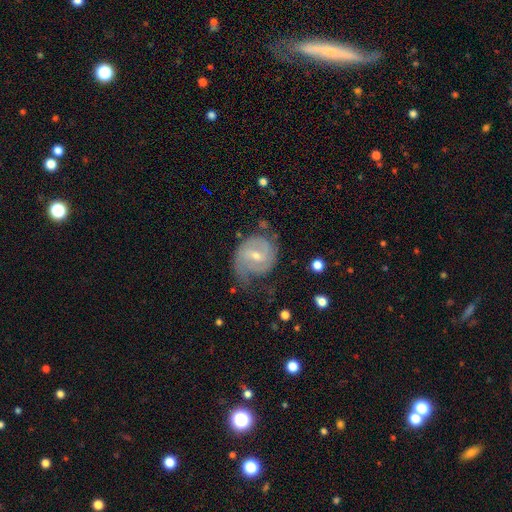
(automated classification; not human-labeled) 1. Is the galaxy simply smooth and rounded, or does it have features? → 75% featured or disk, 19% smooth, 6% star or artifact.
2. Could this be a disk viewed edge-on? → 97% no, 3% yes.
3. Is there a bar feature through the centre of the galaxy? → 56% weak, 27% no, 16% strong.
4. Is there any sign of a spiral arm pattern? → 90% yes, 10% no.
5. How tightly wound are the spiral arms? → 45% tight, 38% medium, 17% loose.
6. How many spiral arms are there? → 54% 2, 23% can't tell, 11% 1, 7% 3, 2% 4, 2% more than 4.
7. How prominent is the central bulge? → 55% small, 42% moderate, 1% none, 1% large, 1% dominant.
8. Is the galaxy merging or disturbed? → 50% none, 30% minor disturbance, 18% major disturbance, 2% merger.